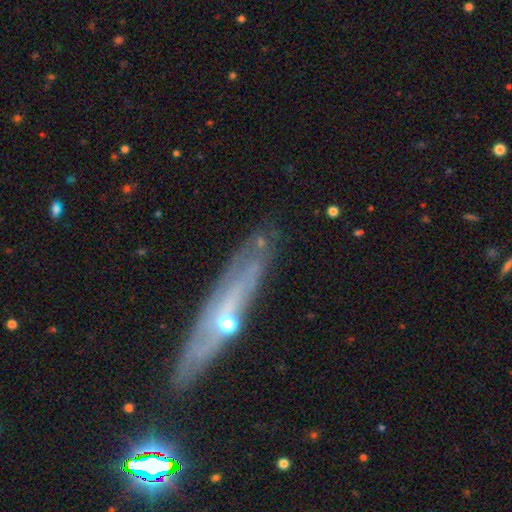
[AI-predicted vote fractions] Q: Smooth or featured?
A: featured or disk (70%); runner-up: smooth (20%)
Q: Edge-on disk?
A: yes (64%); runner-up: no (36%)
Q: Merging?
A: none (81%); runner-up: minor disturbance (13%)